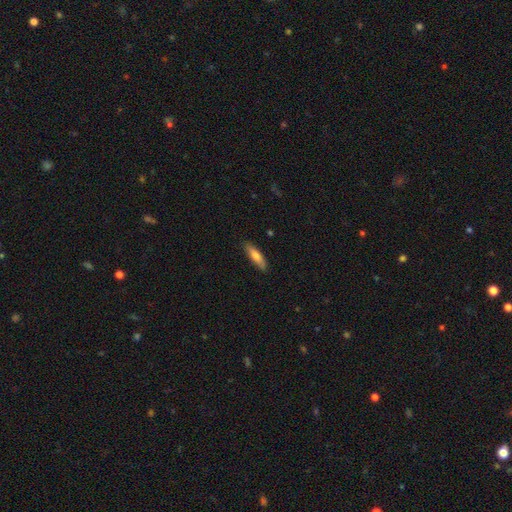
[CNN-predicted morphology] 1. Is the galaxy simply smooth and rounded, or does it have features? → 75% smooth, 20% featured or disk, 6% star or artifact.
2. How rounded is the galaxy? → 67% cigar-shaped, 31% in between, 2% round.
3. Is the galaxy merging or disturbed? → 86% none, 11% minor disturbance, 2% major disturbance, 1% merger.